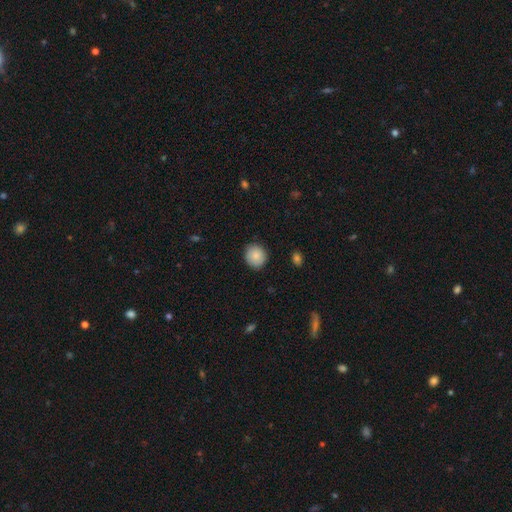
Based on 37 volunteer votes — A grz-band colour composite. It shows a smooth galaxy with no disk features (86%) that is round (88%). Merging: none (91%).